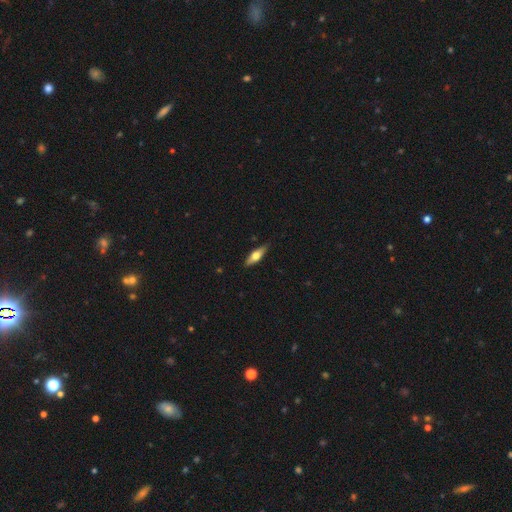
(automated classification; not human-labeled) Q: Smooth or featured?
A: smooth (52%); runner-up: featured or disk (42%)
Q: How rounded?
A: cigar-shaped (49%); runner-up: in between (48%)
Q: Merging?
A: none (85%); runner-up: minor disturbance (11%)